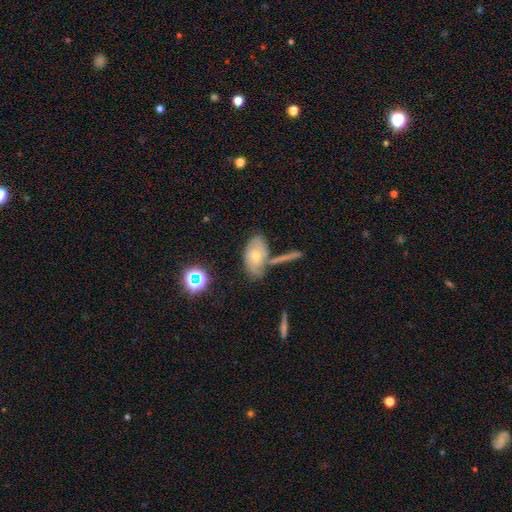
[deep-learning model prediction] Overall: smooth (47%; featured or disk 42%). Merging: none (50%; merger 22%).